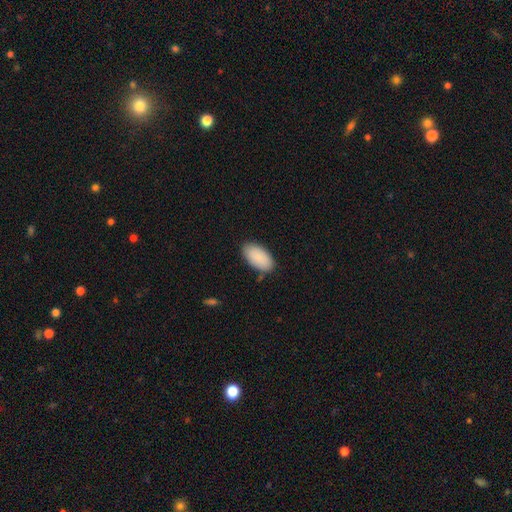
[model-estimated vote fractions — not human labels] A smooth galaxy with no disk features (90%) that is in between round and cigar-shaped (96%). Merging: none (84%).